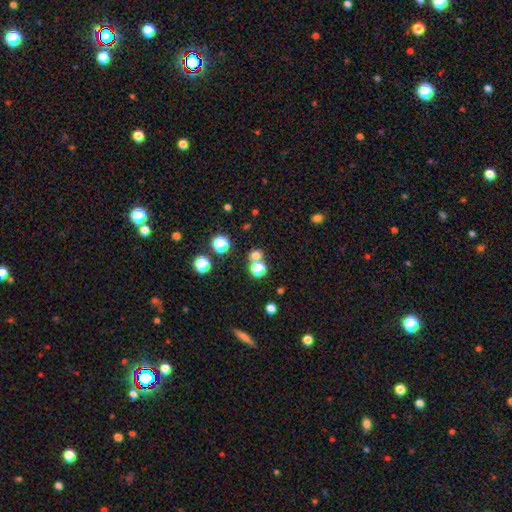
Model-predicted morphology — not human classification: The model was most divided on "smooth or featured": smooth: 67%, star or artifact: 26%, featured or disk: 7%. More confident: how rounded — round (83%); merging — none (65%).